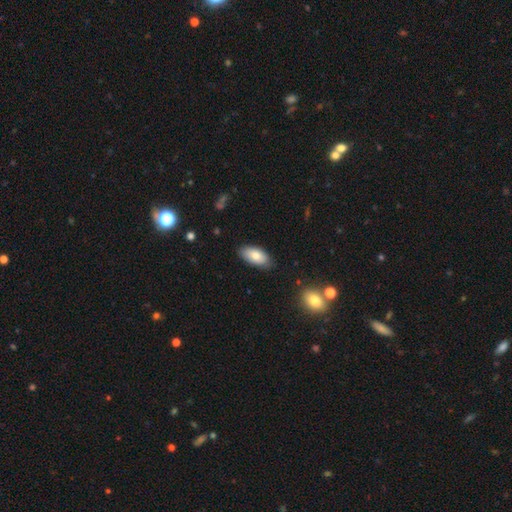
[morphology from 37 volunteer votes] Overall: smooth (78%). How rounded: in between (100%). Merging: none (62%; minor disturbance 32%).